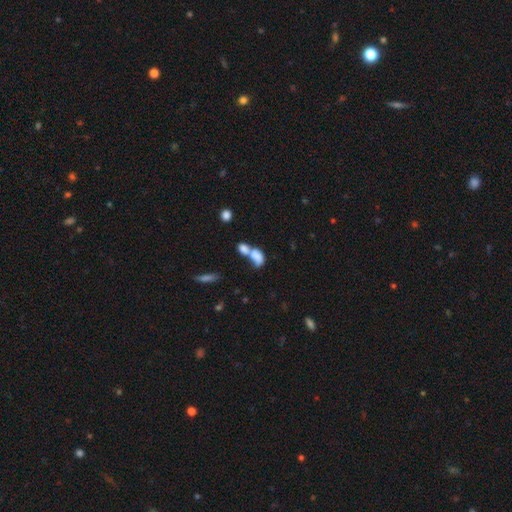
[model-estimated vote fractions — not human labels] Smooth or featured?
  - smooth: 73% *
  - featured or disk: 18%
  - star or artifact: 9%
How rounded?
  - in between: 82% *
  - round: 14%
  - cigar-shaped: 4%
Merging?
  - merger: 70% *
  - none: 14%
  - major disturbance: 8%
  - minor disturbance: 7%